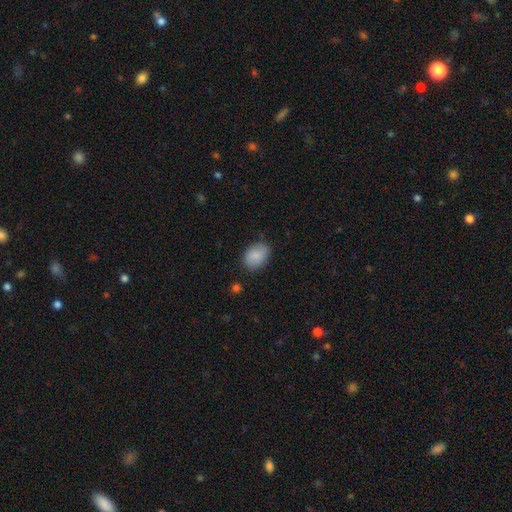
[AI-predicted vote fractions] A smooth galaxy with no disk features (85%) that is in between round and cigar-shaped (76%).

Vote fractions:
- Smooth or featured? smooth: 85% / featured or disk: 8% / star or artifact: 7%
- How rounded? in between: 76% / round: 23% / cigar-shaped: 1%
- Merging? none: 79% / minor disturbance: 16% / major disturbance: 3% / merger: 1%